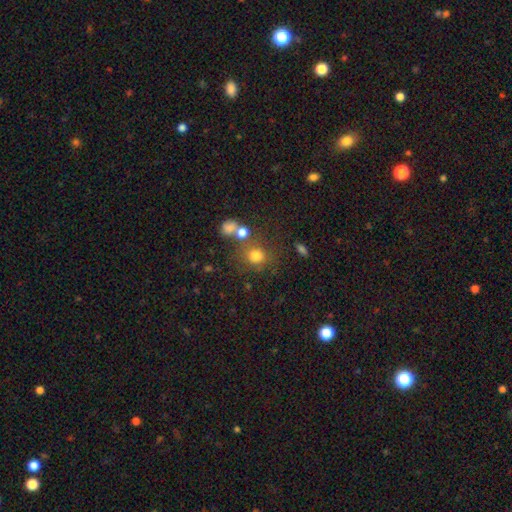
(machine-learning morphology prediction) Smooth or featured? smooth (75%)
How rounded? round (78%)
Merging? none (61%)